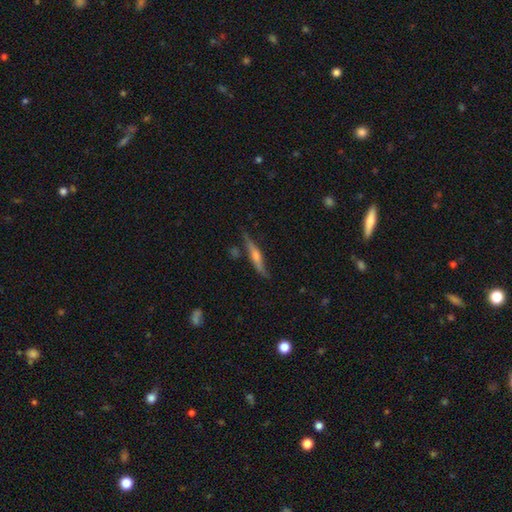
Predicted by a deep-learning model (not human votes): Overall: featured or disk (68%). Edge-on disk: yes (94%). Edge-on bulge: rounded (76%). Merging: none (77%).